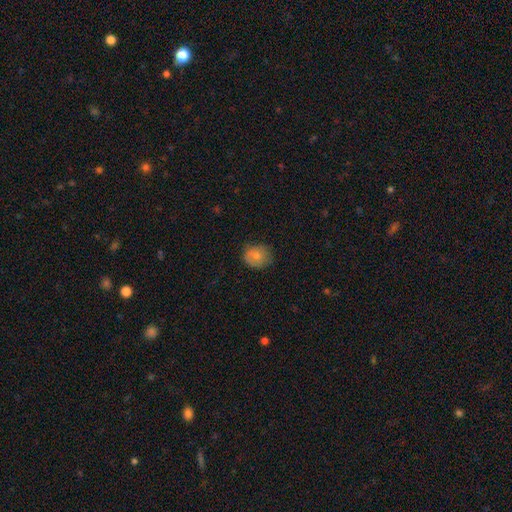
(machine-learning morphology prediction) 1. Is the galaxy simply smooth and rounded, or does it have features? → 77% smooth, 14% featured or disk, 8% star or artifact.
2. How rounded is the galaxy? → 71% round, 28% in between, 1% cigar-shaped.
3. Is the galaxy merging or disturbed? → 71% none, 22% minor disturbance, 6% major disturbance, 1% merger.